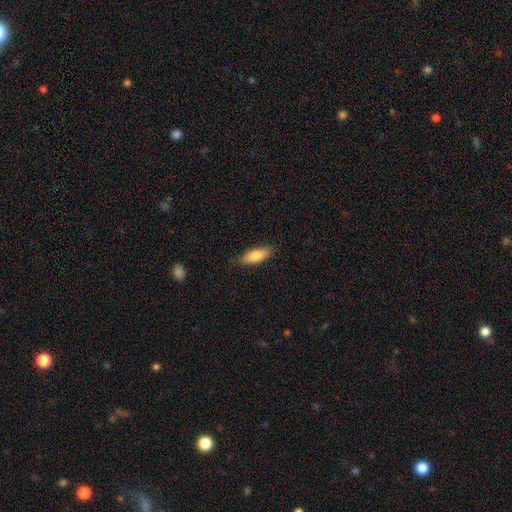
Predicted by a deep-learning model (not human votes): smooth 82%, featured or disk 12%, star or artifact 6%. Down the decision tree: how rounded — in between (66%); merging — none (84%).